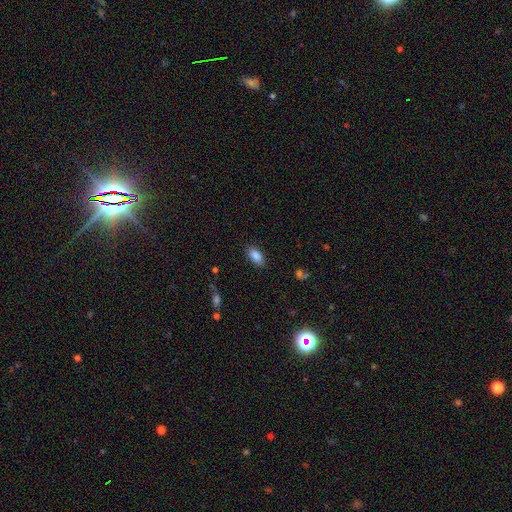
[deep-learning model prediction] This appears to be a smooth galaxy with no disk features (87%) that is in between round and cigar-shaped (92%). Merging: none (86%).